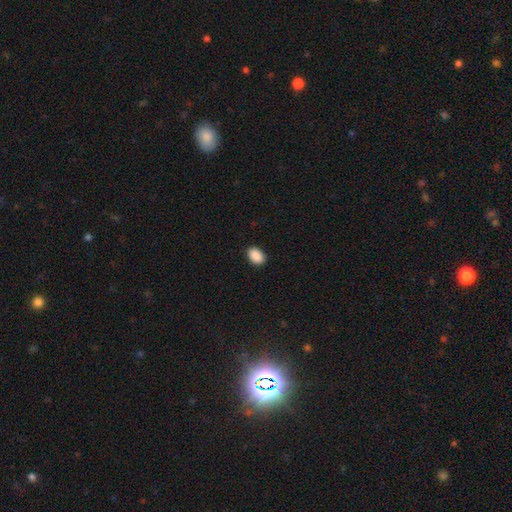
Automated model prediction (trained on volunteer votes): smooth-or-featured: smooth: 90% | star or artifact: 7% | featured or disk: 2%
  how-rounded: in between: 83% | round: 16% | cigar-shaped: 1%
  merging: none: 90% | minor disturbance: 7% | major disturbance: 2% | merger: 1%